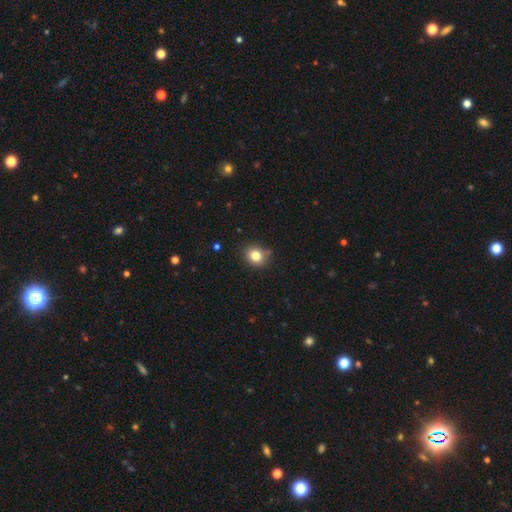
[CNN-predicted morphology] Smooth or featured: smooth — 80% (star or artifact — 12%)
How rounded: round — 71% (in between — 28%)
Merging: none — 81% (minor disturbance — 13%)